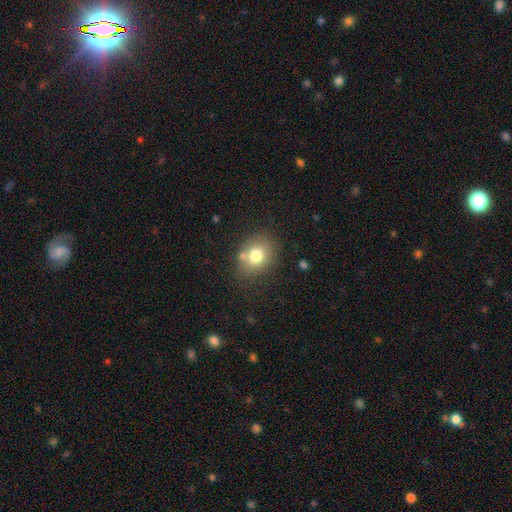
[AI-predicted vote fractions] A smooth galaxy with no disk features (75%) that is round (56%).

Vote fractions:
- Smooth or featured? smooth: 75% / featured or disk: 14% / star or artifact: 11%
- How rounded? round: 56% / in between: 43% / cigar-shaped: 1%
- Merging? none: 71% / minor disturbance: 14% / merger: 9% / major disturbance: 5%